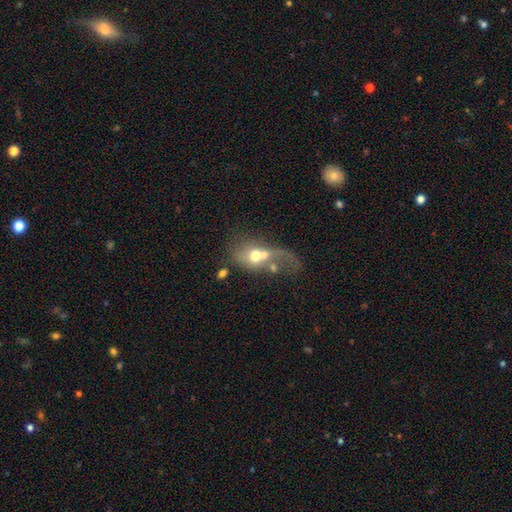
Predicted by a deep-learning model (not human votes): smooth-or-featured: smooth: 52% | featured or disk: 38% | star or artifact: 11%
  how-rounded: in between: 56% | round: 41% | cigar-shaped: 3%
  merging: merger: 59% | major disturbance: 22% | none: 12% | minor disturbance: 7%